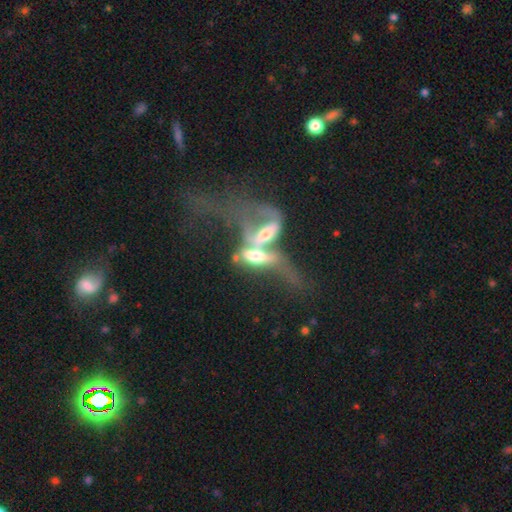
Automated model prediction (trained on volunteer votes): This is possibly a featured or disk galaxy (59%). It is possibly not viewed edge-on (54%). Merging: likely merger (77%).